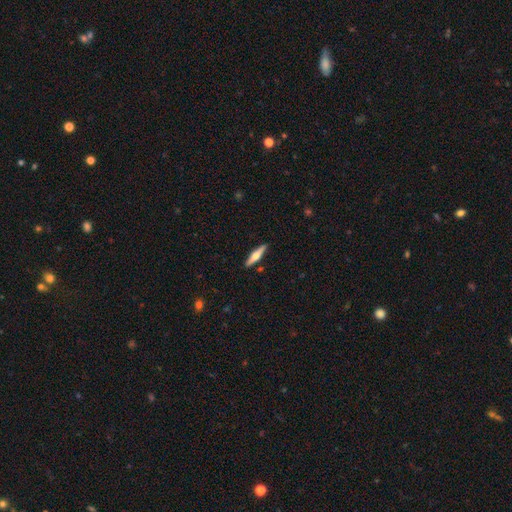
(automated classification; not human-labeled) featured or disk 57%, smooth 37%, star or artifact 5%. Down the decision tree: edge-on disk — yes (96%); edge-on bulge — rounded (93%); merging — none (90%).